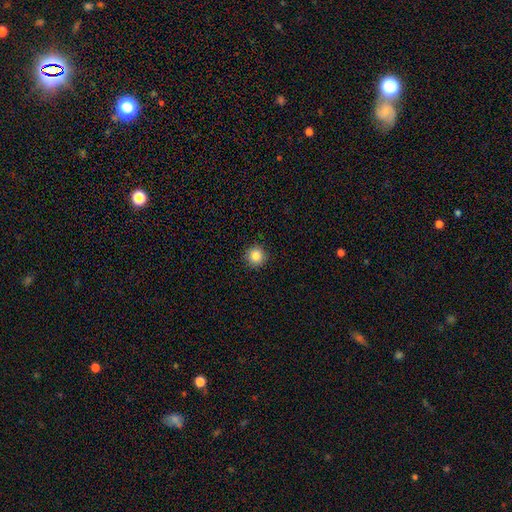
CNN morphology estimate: smooth_or_featured: smooth (p=0.84) [alt: star or artifact p=0.10]
how_rounded: round (p=0.95) [alt: in between p=0.04]
merging: none (p=0.91) [alt: minor disturbance p=0.06]